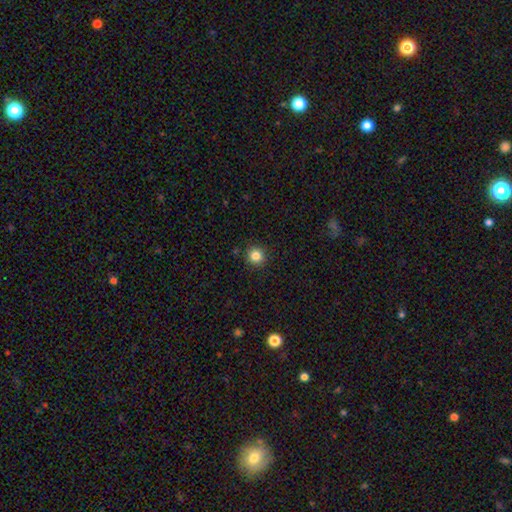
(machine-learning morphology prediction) A smooth galaxy with no disk features (84%) that is round (95%). Merging: none (91%).